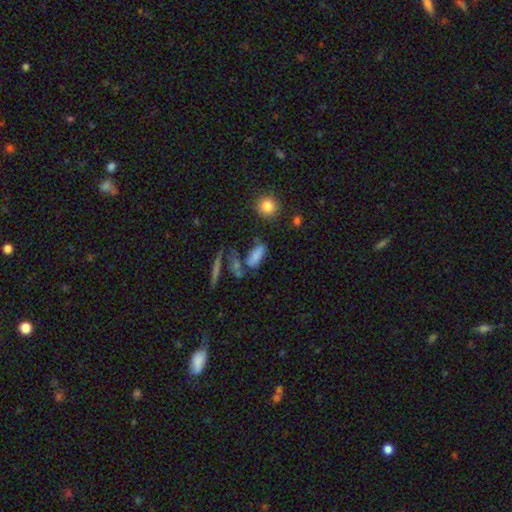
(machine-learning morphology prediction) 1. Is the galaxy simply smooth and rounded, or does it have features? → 77% smooth, 12% featured or disk, 11% star or artifact.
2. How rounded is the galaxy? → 76% in between, 20% cigar-shaped, 5% round.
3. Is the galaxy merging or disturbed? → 52% none, 19% minor disturbance, 18% merger, 11% major disturbance.